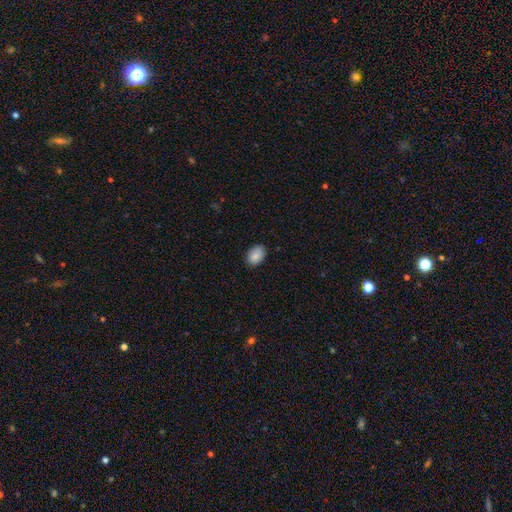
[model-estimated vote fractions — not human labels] Smooth or featured? smooth (87%)
How rounded? in between (83%)
Merging? none (85%)